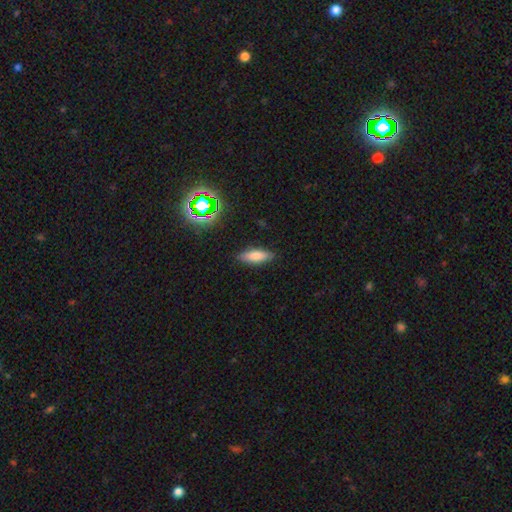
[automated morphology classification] smooth 76%, featured or disk 14%, star or artifact 10%. Down the decision tree: how rounded — in between (58%); merging — none (86%).